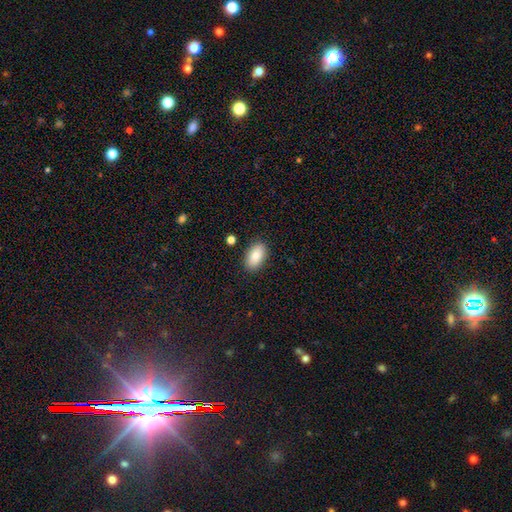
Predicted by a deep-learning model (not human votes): Morphology: type=smooth (83%); roundness=in between (92%); merging=none (87%).